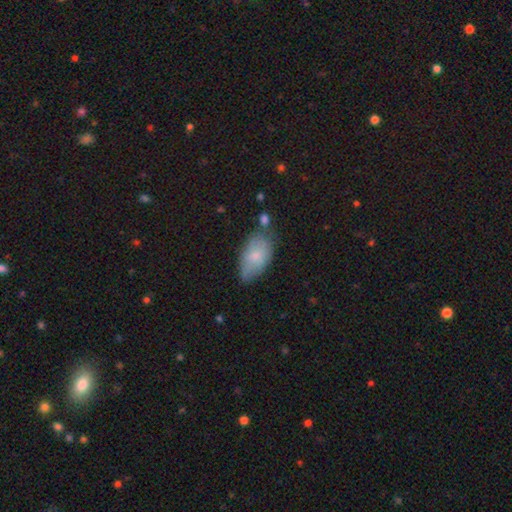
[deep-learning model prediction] smooth 73%, featured or disk 21%, star or artifact 7%. Down the decision tree: how rounded — in between (93%); merging — none (55%).